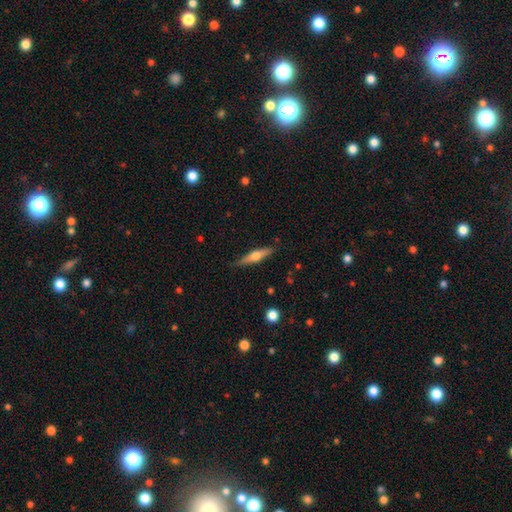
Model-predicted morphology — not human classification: Smooth or featured: featured or disk — 53% (smooth — 41%)
Edge-on disk: yes — 95% (no — 5%)
Edge-on bulge: rounded — 91% (none — 5%)
Merging: none — 85% (minor disturbance — 12%)